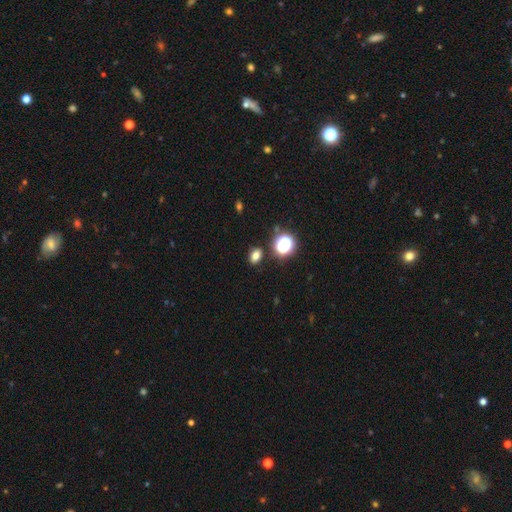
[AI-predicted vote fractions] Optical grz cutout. It shows a smooth galaxy with no disk features (75%) that is in between round and cigar-shaped (61%). Merging: none (85%).